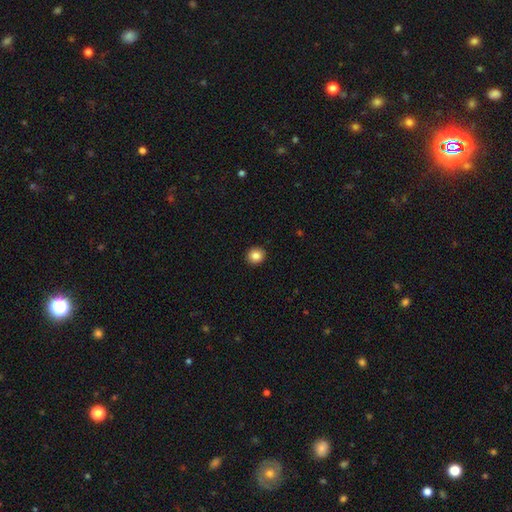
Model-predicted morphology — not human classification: Smooth or featured? smooth (86%)
How rounded? round (89%)
Merging? none (93%)